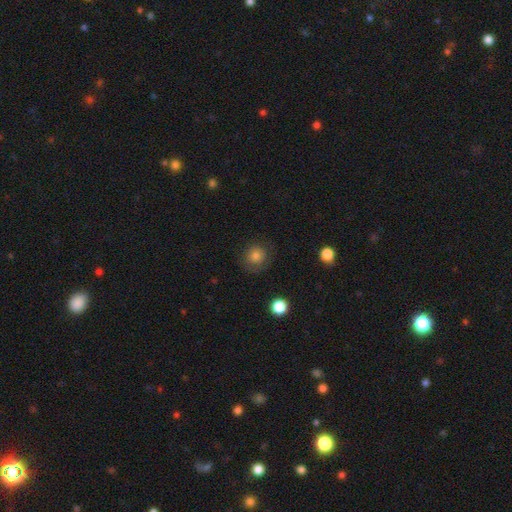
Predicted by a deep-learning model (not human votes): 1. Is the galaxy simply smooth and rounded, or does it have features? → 81% smooth, 11% star or artifact, 8% featured or disk.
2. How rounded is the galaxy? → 88% round, 11% in between, 1% cigar-shaped.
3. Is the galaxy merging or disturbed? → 76% none, 15% minor disturbance, 7% major disturbance, 1% merger.